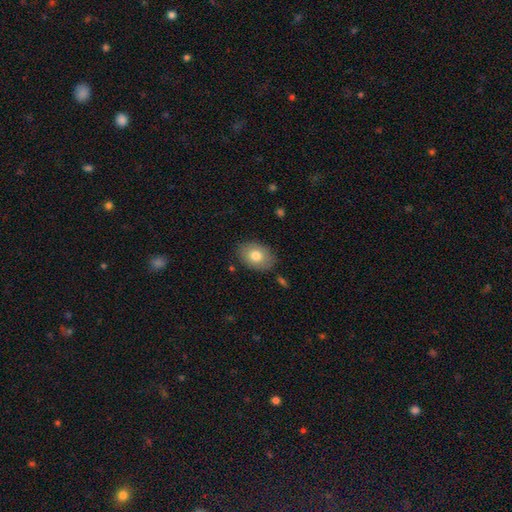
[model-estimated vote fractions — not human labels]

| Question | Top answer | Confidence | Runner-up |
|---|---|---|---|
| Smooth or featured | smooth | 78% | featured or disk (14%) |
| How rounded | in between | 73% | round (26%) |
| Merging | none | 83% | minor disturbance (12%) |